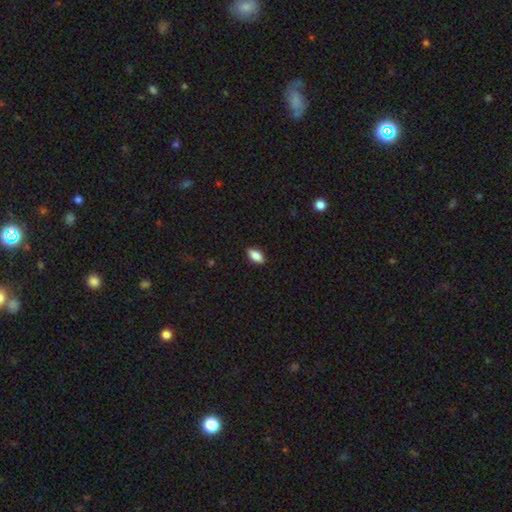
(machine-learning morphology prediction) This is clearly a smooth galaxy (88%). How rounded: clearly in between (92%). Merging: clearly none (89%).